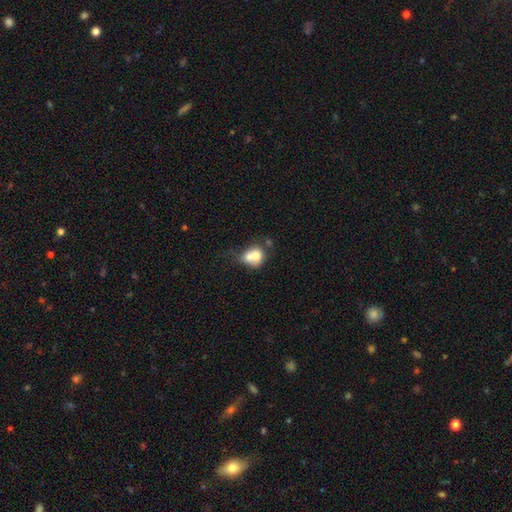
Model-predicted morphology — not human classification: Smooth or featured? Predicted: smooth (p=0.68). How rounded? Predicted: round (p=0.66). Merging? Predicted: merger (p=0.64).